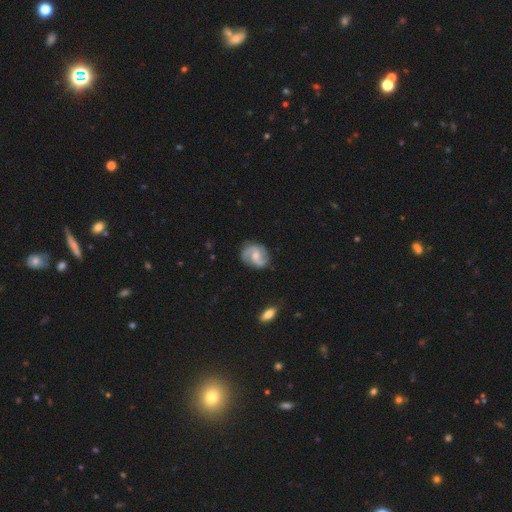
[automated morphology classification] Smooth or featured? Predicted: featured or disk (p=0.84). Edge-on disk? Predicted: no (p=0.98). Bar? Predicted: weak (p=0.48). Spiral arms? Predicted: yes (p=0.97). Spiral winding? Predicted: medium (p=0.52). Spiral arm count? Predicted: 2 (p=0.88). Bulge size? Predicted: moderate (p=0.51). Merging? Predicted: none (p=0.80).